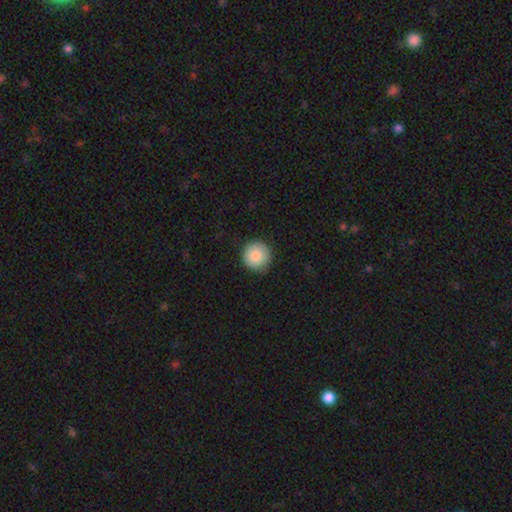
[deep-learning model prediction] This appears to be a smooth galaxy with no disk features (86%) that is round (95%). Merging: none (84%).